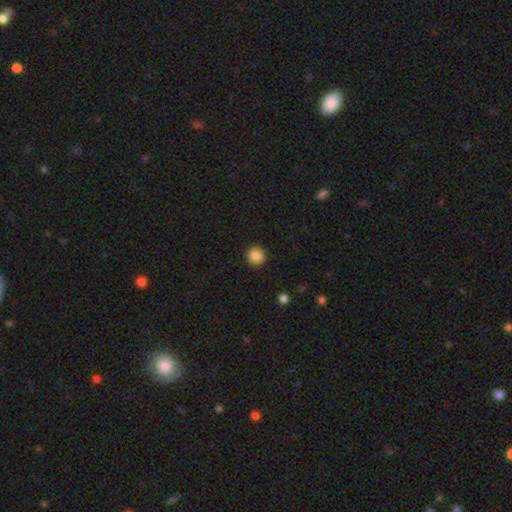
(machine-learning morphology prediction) smooth-or-featured: smooth: 87% | star or artifact: 10% | featured or disk: 3%
  how-rounded: round: 91% | in between: 8% | cigar-shaped: 1%
  merging: none: 91% | minor disturbance: 6% | major disturbance: 2% | merger: 1%